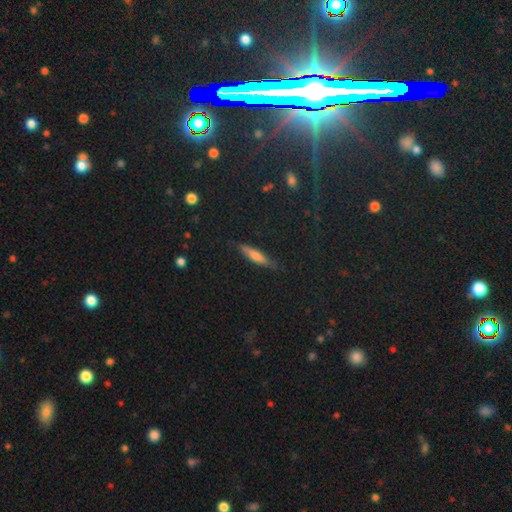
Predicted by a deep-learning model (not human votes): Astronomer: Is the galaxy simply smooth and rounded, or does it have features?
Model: smooth — 54% (runner-up: featured or disk, 36%).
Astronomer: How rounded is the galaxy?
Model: cigar-shaped — 84%.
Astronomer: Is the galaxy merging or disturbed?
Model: none — 85%.